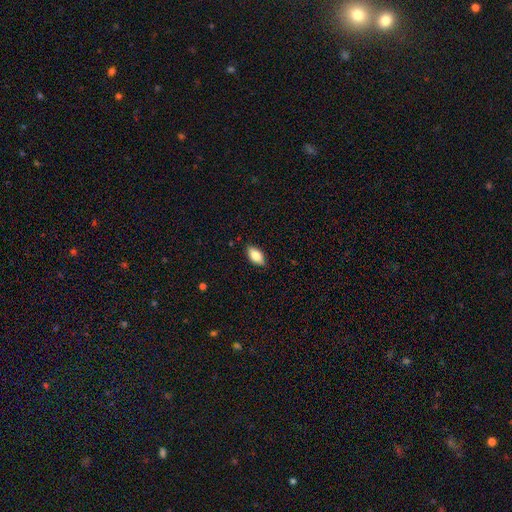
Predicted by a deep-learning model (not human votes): A smooth galaxy with no disk features (77%) that is in between round and cigar-shaped (89%).

Vote fractions:
- Smooth or featured? smooth: 77% / featured or disk: 16% / star or artifact: 7%
- How rounded? in between: 89% / cigar-shaped: 7% / round: 4%
- Merging? none: 84% / minor disturbance: 12% / major disturbance: 2% / merger: 1%